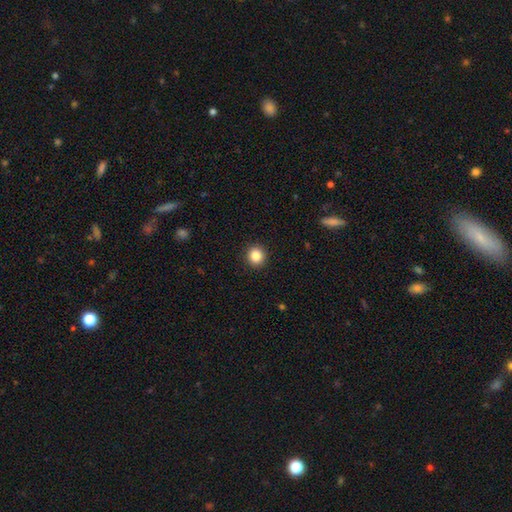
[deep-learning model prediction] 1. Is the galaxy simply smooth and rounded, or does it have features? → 84% smooth, 11% star or artifact, 5% featured or disk.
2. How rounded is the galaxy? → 92% round, 8% in between, 1% cigar-shaped.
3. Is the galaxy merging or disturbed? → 93% none, 5% minor disturbance, 2% major disturbance, 1% merger.